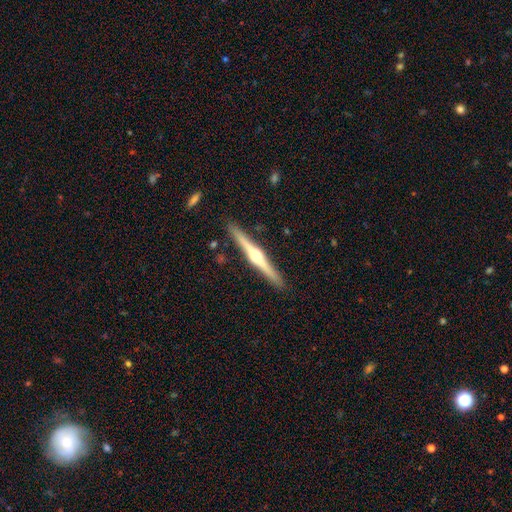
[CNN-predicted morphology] Smooth or featured: featured or disk — 80% (smooth — 16%)
Edge-on disk: yes — 98% (no — 2%)
Edge-on bulge: rounded — 93% (boxy — 4%)
Merging: none — 91% (minor disturbance — 7%)